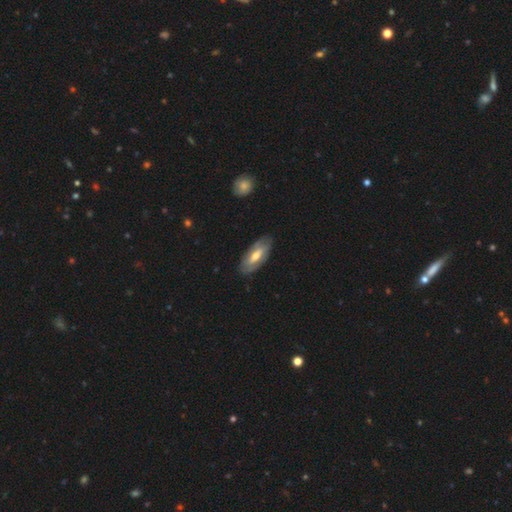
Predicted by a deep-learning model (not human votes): smooth_or_featured: featured or disk (p=0.52) [alt: smooth p=0.42]
disk_edge_on: no (p=0.79) [alt: yes p=0.21]
merging: none (p=0.83) [alt: minor disturbance p=0.12]